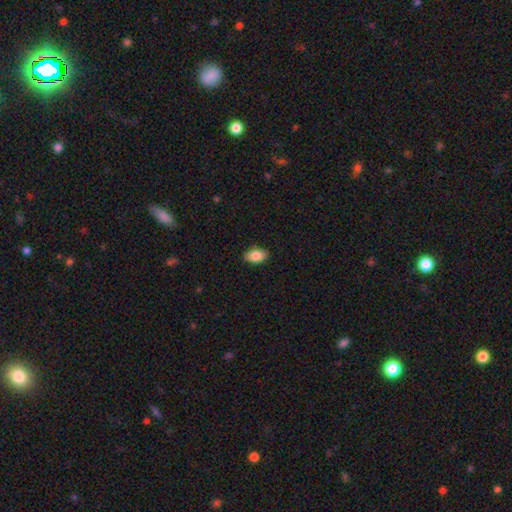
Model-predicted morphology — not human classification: Overall: smooth (85%). How rounded: in between (90%). Merging: none (88%).